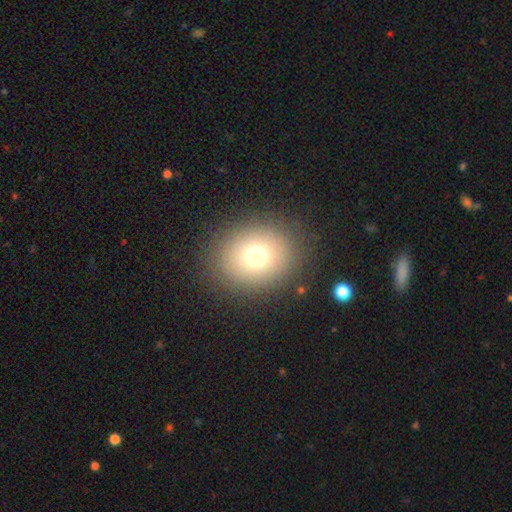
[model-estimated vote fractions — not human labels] smooth-or-featured: smooth: 72% | star or artifact: 16% | featured or disk: 12%
  how-rounded: round: 73% | in between: 26% | cigar-shaped: 1%
  merging: none: 87% | minor disturbance: 7% | major disturbance: 4% | merger: 1%